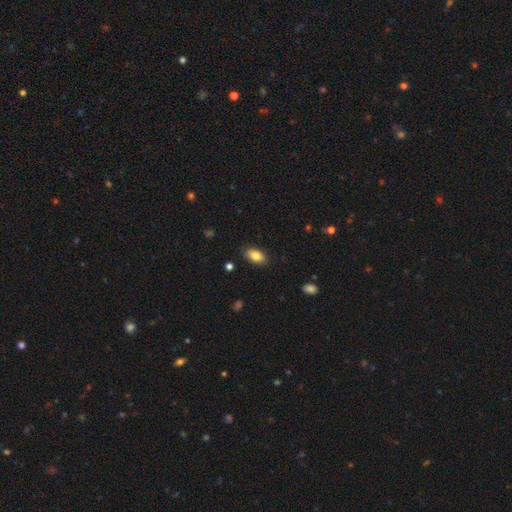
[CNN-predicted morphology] smooth 84%, featured or disk 9%, star or artifact 8%. Down the decision tree: how rounded — in between (92%); merging — none (85%).